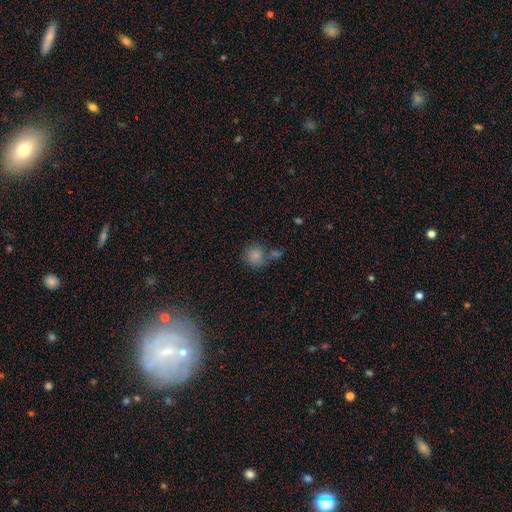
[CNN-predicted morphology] smooth_or_featured: smooth (p=0.82) [alt: star or artifact p=0.11]
how_rounded: round (p=0.88) [alt: in between p=0.11]
merging: none (p=0.60) [alt: merger p=0.23]